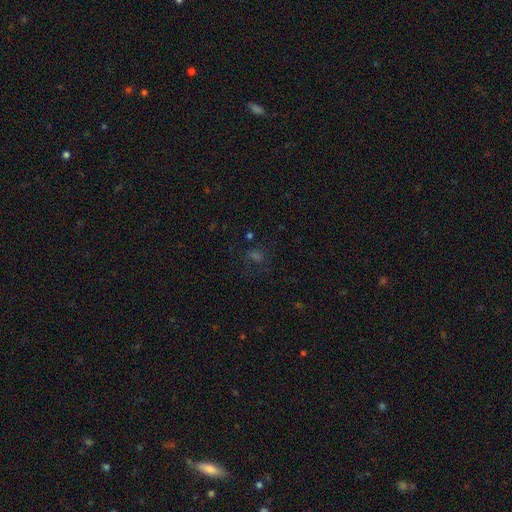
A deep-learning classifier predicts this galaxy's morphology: smooth-or-featured: star or artifact: 44% | smooth: 39% | featured or disk: 17%